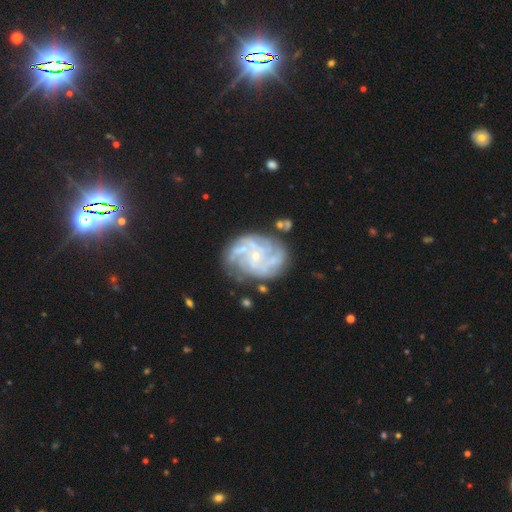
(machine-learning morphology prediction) type=featured or disk (84%); edge-on=no (98%); bar=no (69%); spiral arms=yes (92%); winding=tight (46%); arm count=can't tell (30%); bulge=small (81%); merging=none (69%).